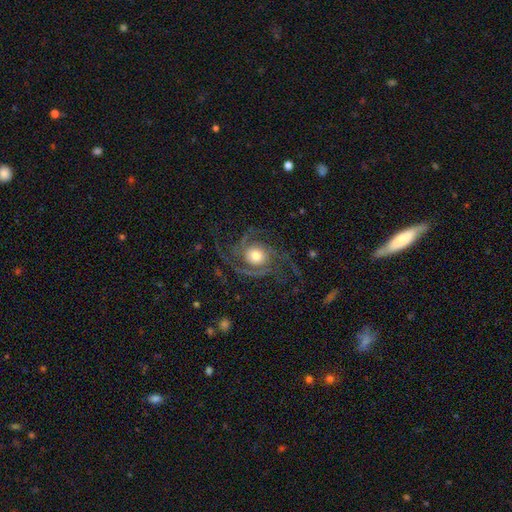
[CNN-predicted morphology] A featured or disk galaxy (87%) with no bar (77%), 3 (37%) medium (49%) spiral arms (97%) and a moderate central bulge (58%). Merging: none (64%).